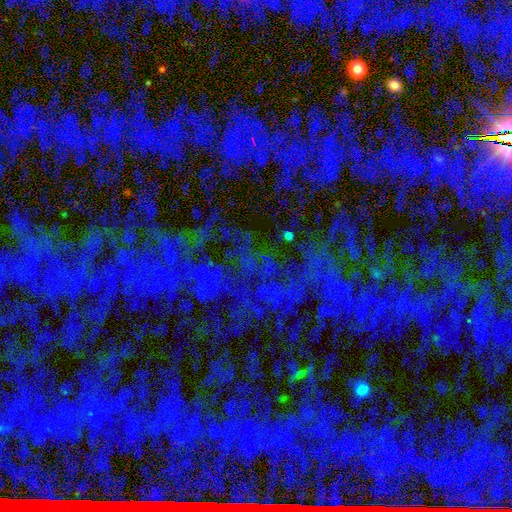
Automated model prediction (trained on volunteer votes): A star or artifact, not a galaxy (79%).